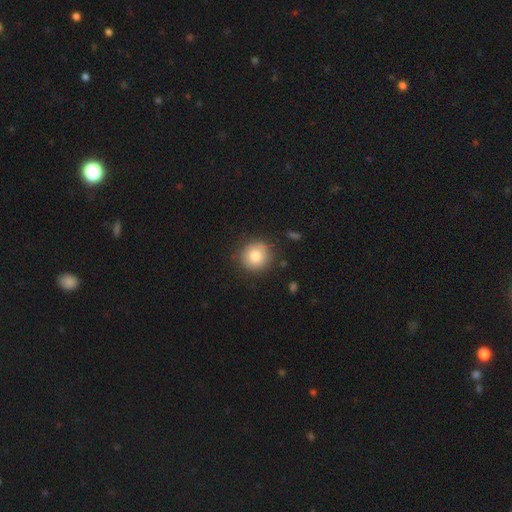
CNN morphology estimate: smooth 82%, featured or disk 9%, star or artifact 9%. Down the decision tree: how rounded — round (92%); merging — none (84%).